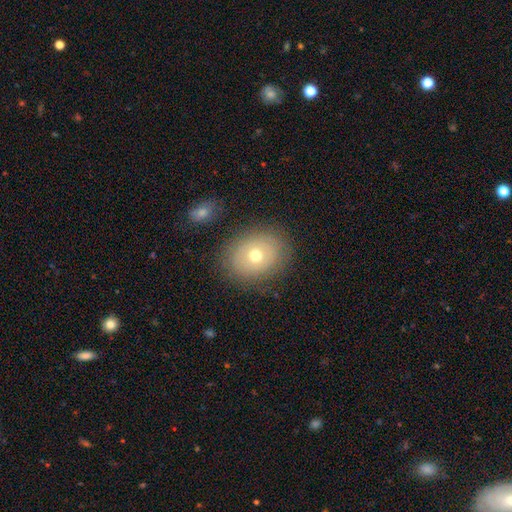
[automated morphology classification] smooth_or_featured: smooth (p=0.62) [alt: featured or disk p=0.27]
how_rounded: round (p=0.51) [alt: in between p=0.48]
merging: none (p=0.81) [alt: minor disturbance p=0.12]